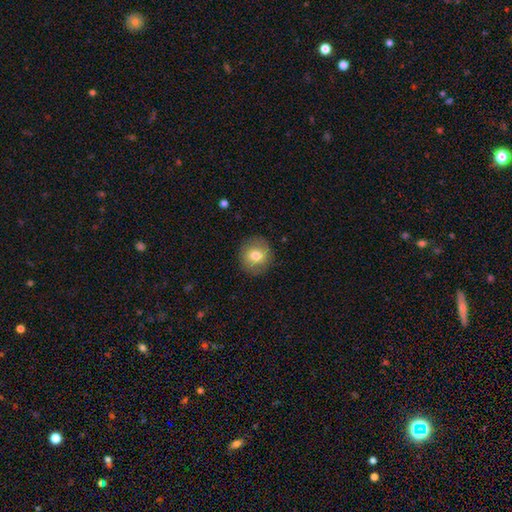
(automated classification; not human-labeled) Smooth or featured? smooth (76%)
How rounded? round (90%)
Merging? none (88%)